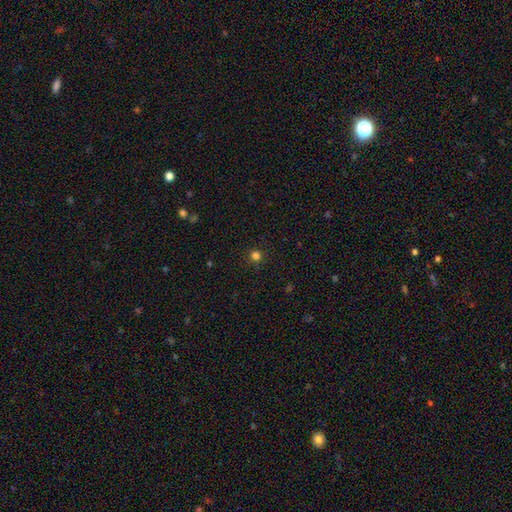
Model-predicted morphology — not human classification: type=smooth (79%); roundness=round (94%); merging=none (91%).